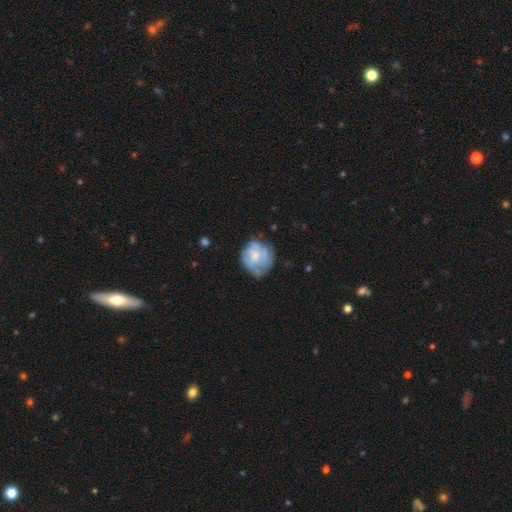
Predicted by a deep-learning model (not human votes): The model was most divided on "smooth or featured": featured or disk: 49%, smooth: 43%, star or artifact: 8%. More confident: merging — none (52%).